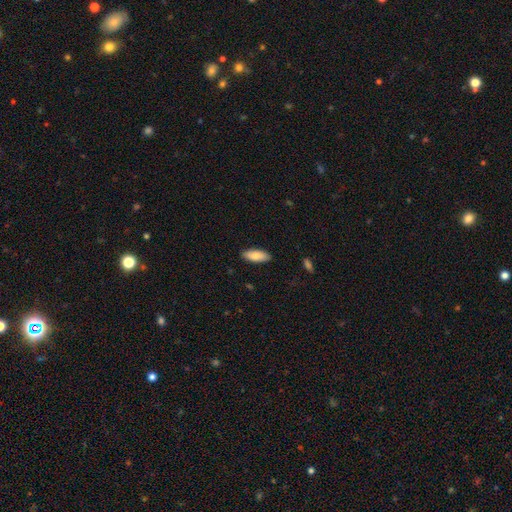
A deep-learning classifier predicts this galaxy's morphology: Smooth or featured? smooth (84%)
How rounded? in between (78%)
Merging? none (88%)